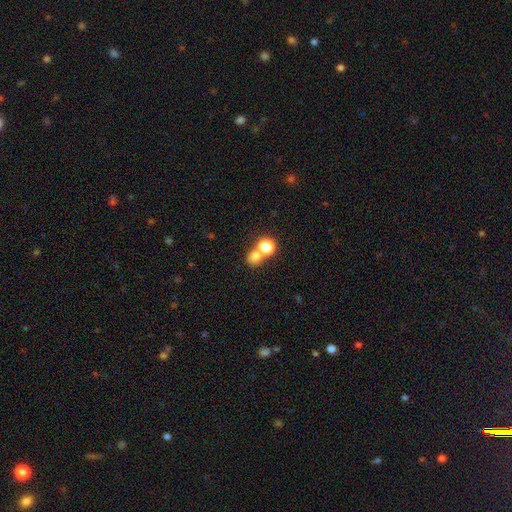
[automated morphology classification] Q: Smooth or featured?
A: smooth (72%); runner-up: star or artifact (18%)
Q: How rounded?
A: round (78%); runner-up: in between (21%)
Q: Merging?
A: none (48%); runner-up: merger (42%)